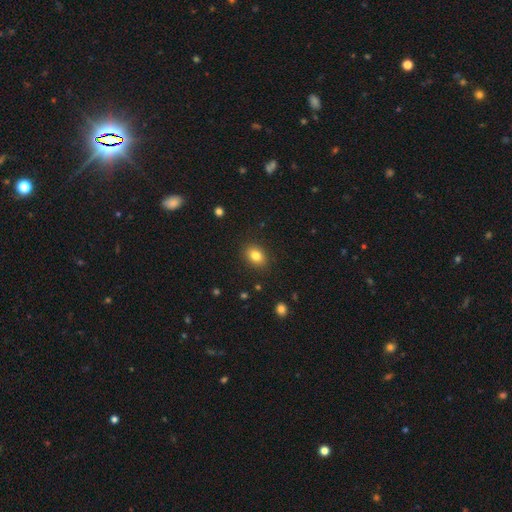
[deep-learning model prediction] Smooth or featured? smooth (83%)
How rounded? in between (69%)
Merging? none (88%)